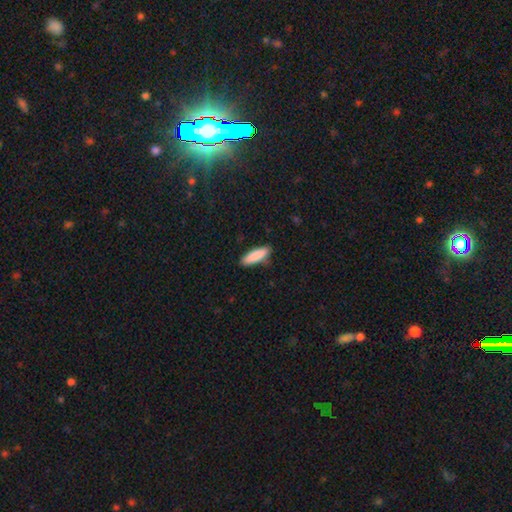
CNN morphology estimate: smooth_or_featured: smooth (p=0.89) [alt: featured or disk p=0.06]
how_rounded: cigar-shaped (p=0.51) [alt: in between p=0.47]
merging: none (p=0.85) [alt: minor disturbance p=0.11]